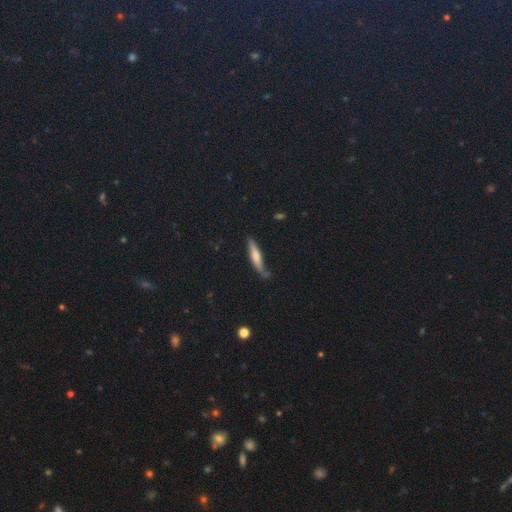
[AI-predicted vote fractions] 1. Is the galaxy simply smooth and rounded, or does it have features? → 47% smooth, 43% featured or disk, 10% star or artifact.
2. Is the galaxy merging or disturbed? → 67% none, 23% minor disturbance, 6% major disturbance, 4% merger.